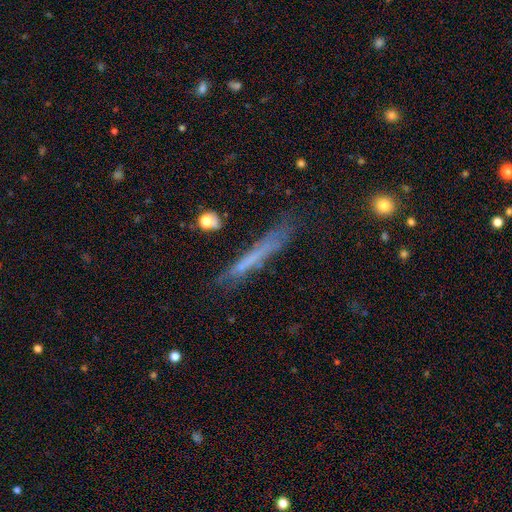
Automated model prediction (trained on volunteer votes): The model was most divided on "smooth or featured": smooth: 54%, featured or disk: 36%, star or artifact: 10%. More confident: how rounded — cigar-shaped (95%); merging — none (75%).